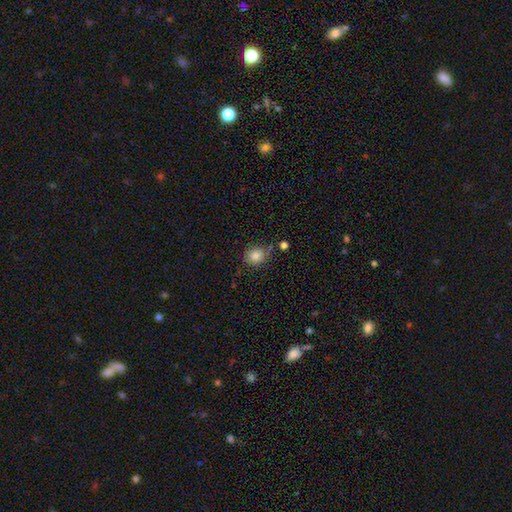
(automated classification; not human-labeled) This appears to be a smooth galaxy with no disk features (84%) that is round (72%). Merging: none (72%).